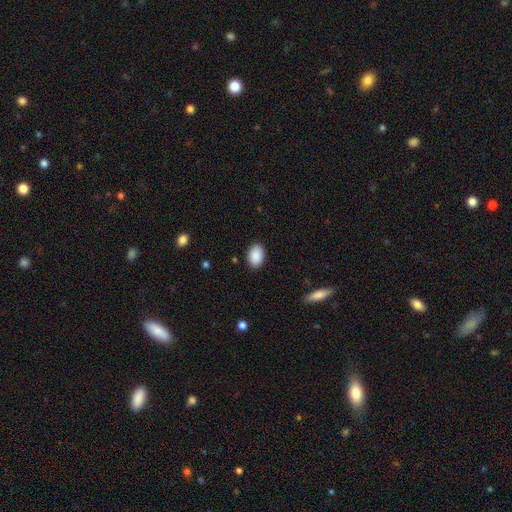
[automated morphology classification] Smooth or featured? smooth (90%)
How rounded? in between (87%)
Merging? none (88%)